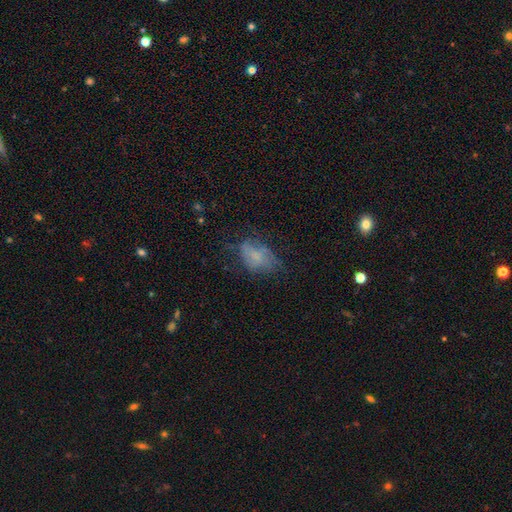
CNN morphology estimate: type=smooth (57%); roundness=in between (84%); merging=none (44%).